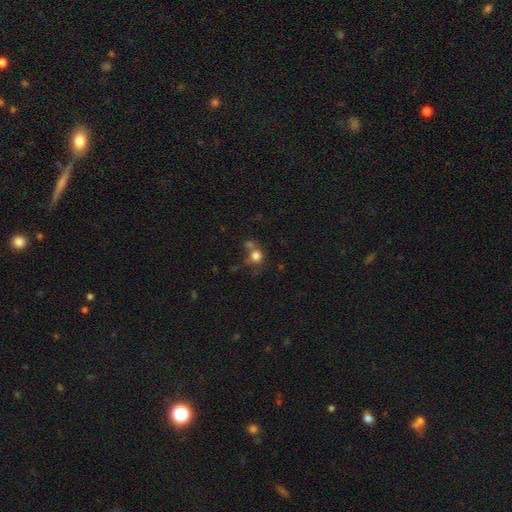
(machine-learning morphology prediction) Smooth or featured? Predicted: smooth (p=0.76). How rounded? Predicted: round (p=0.82). Merging? Predicted: none (p=0.46).